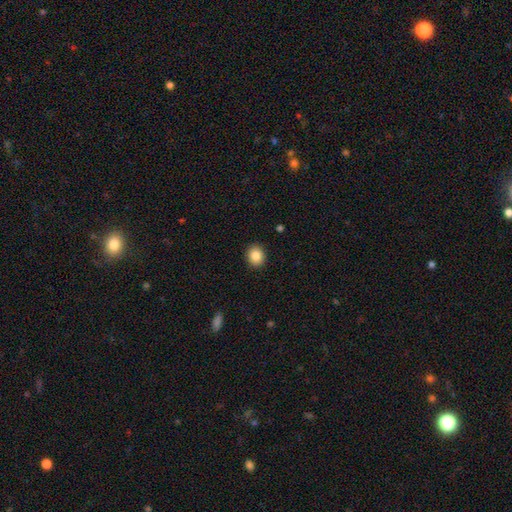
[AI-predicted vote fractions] Overall: smooth (85%). How rounded: round (70%). Merging: none (91%).